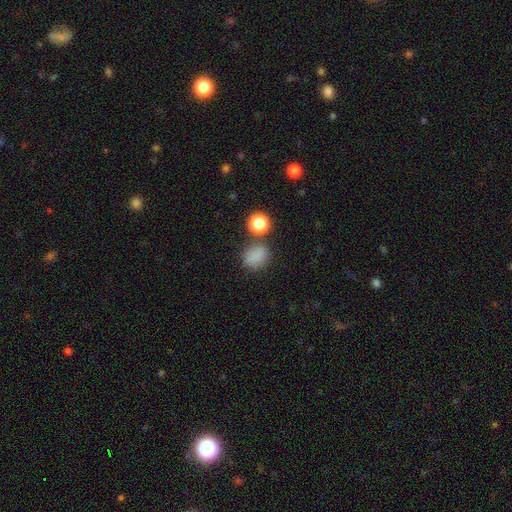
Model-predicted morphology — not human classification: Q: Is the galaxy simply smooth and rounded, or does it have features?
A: smooth — 79%.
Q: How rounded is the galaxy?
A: round — 63%.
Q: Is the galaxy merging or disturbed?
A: none — 72%.